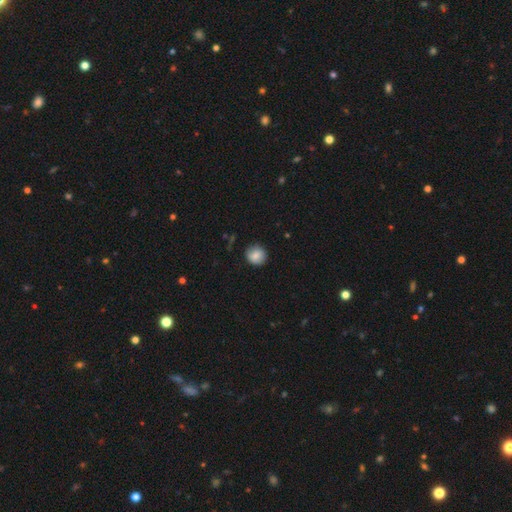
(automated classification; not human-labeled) This is clearly a smooth galaxy (85%). How rounded: clearly round (88%). Merging: clearly none (85%).